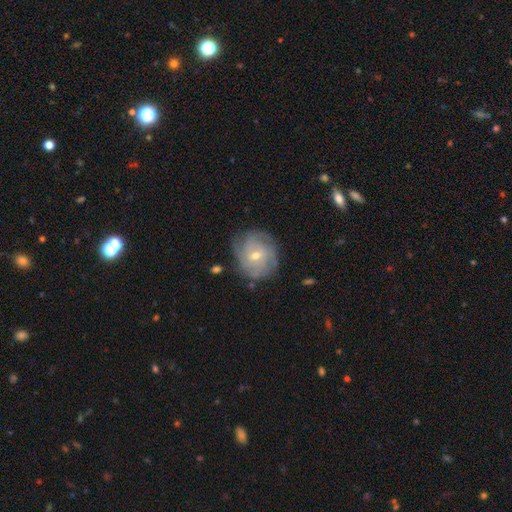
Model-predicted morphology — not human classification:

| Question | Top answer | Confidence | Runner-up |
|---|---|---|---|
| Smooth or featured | featured or disk | 74% | smooth (18%) |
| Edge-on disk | no | 97% | yes (3%) |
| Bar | no | 61% | weak (33%) |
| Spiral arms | yes | 89% | no (11%) |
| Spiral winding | tight | 65% | medium (26%) |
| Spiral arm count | can't tell | 44% | 3 (17%) |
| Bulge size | small | 51% | moderate (46%) |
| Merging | none | 76% | minor disturbance (17%) |